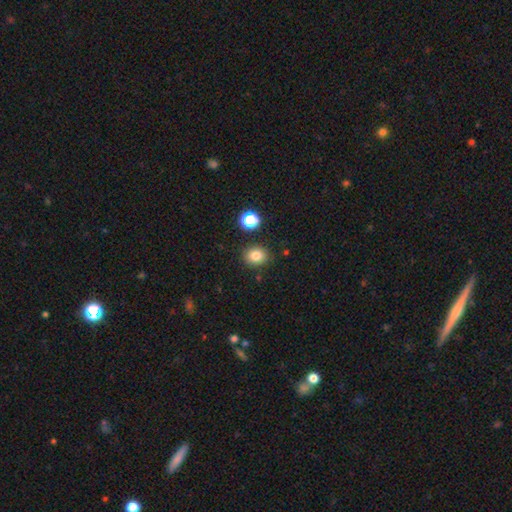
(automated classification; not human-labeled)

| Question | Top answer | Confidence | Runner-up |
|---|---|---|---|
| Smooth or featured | smooth | 81% | star or artifact (13%) |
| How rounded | round | 63% | in between (36%) |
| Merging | none | 86% | minor disturbance (8%) |